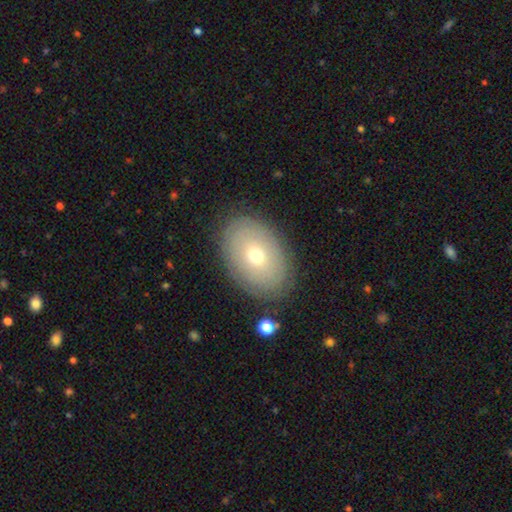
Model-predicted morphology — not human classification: A smooth galaxy with no disk features (58%) that is in between round and cigar-shaped (82%).

Vote fractions:
- Smooth or featured? smooth: 58% / featured or disk: 34% / star or artifact: 9%
- How rounded? in between: 82% / round: 16% / cigar-shaped: 1%
- Merging? none: 85% / minor disturbance: 11% / major disturbance: 3% / merger: 1%